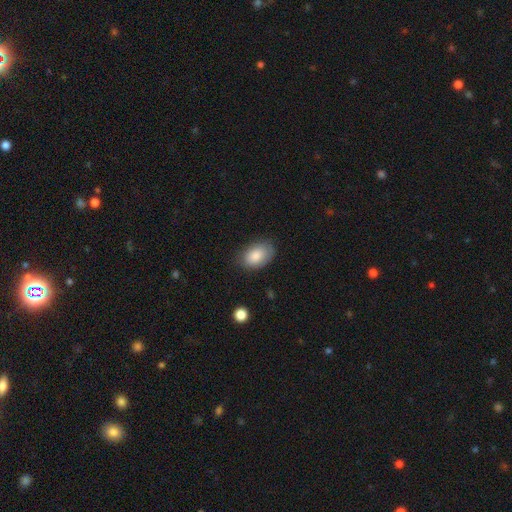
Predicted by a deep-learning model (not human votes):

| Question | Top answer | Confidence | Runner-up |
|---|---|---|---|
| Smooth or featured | smooth | 84% | featured or disk (9%) |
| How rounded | in between | 88% | round (11%) |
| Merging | none | 78% | minor disturbance (17%) |